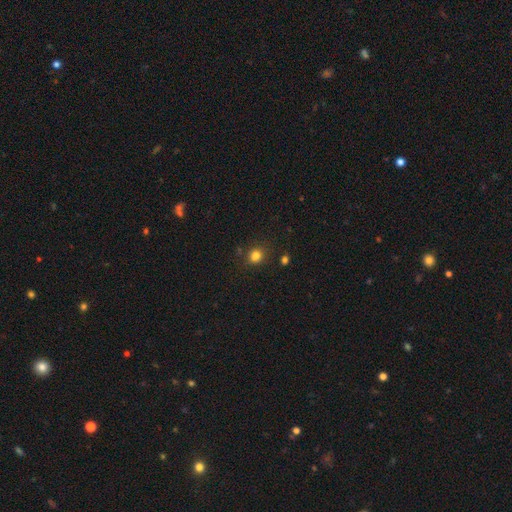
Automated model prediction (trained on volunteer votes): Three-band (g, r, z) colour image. It shows a smooth galaxy with no disk features (82%) that is round (78%). Merging: none (84%).